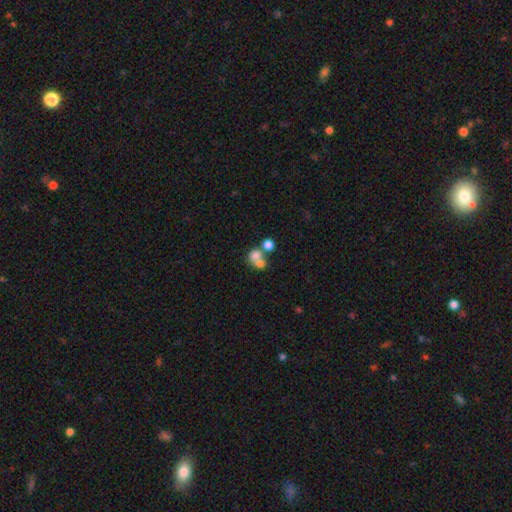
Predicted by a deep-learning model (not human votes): Overall: smooth (70%). How rounded: round (72%). Merging: merger (58%; none 30%).